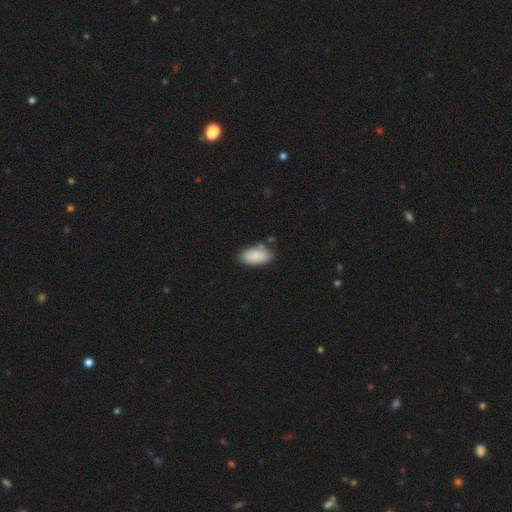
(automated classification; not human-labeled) Morphology: type=smooth (88%); roundness=in between (93%); merging=none (72%).